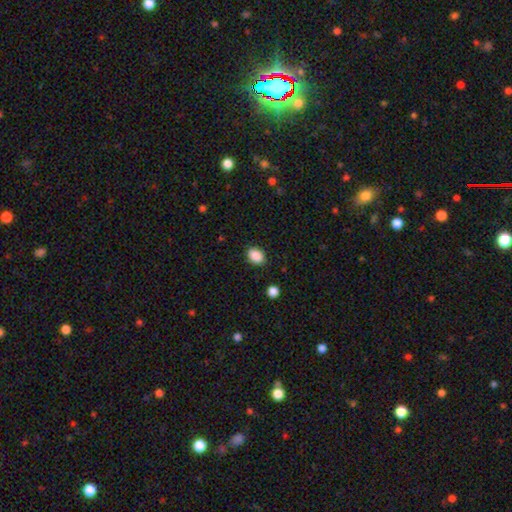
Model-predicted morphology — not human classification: smooth 89%, star or artifact 8%, featured or disk 3%. Down the decision tree: how rounded — in between (69%); merging — none (87%).